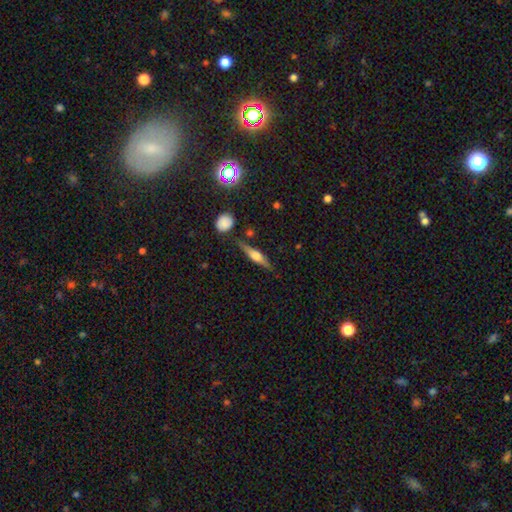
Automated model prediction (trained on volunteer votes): Q: Smooth or featured?
A: featured or disk (65%); runner-up: smooth (28%)
Q: Edge-on disk?
A: yes (96%); runner-up: no (4%)
Q: Edge-on bulge?
A: rounded (82%); runner-up: boxy (15%)
Q: Merging?
A: none (81%); runner-up: minor disturbance (12%)